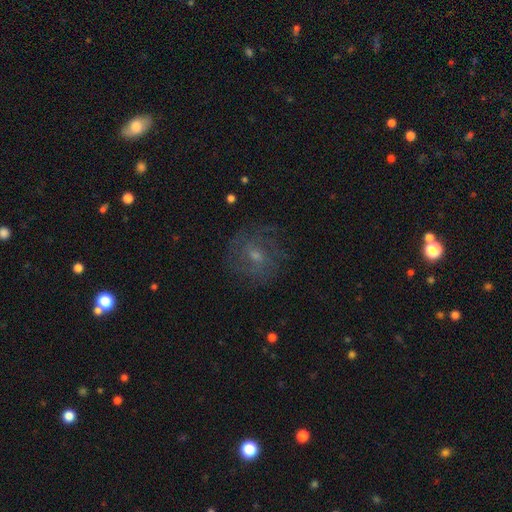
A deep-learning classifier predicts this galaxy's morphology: Smooth or featured? Predicted: featured or disk (p=0.57). Edge-on disk? Predicted: no (p=0.97). Bar? Predicted: no (p=0.55). Spiral arms? Predicted: yes (p=0.76). Bulge size? Predicted: small (p=0.52). Merging? Predicted: none (p=0.74).